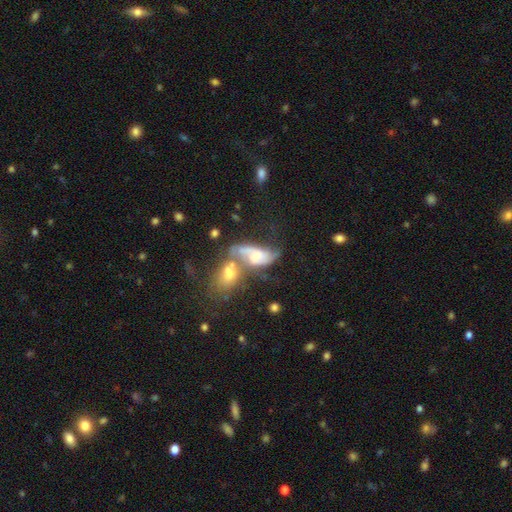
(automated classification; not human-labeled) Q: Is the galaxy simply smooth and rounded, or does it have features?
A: featured or disk — 59%.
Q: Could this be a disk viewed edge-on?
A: no — 91%.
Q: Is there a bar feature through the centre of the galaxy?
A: no — 62%.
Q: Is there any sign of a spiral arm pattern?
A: yes — 80%.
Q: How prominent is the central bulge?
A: moderate — 32%.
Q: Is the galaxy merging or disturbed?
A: merger — 56%.